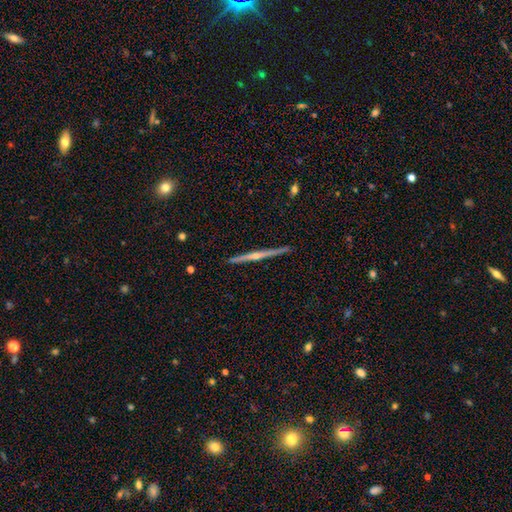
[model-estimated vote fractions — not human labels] smooth-or-featured: featured or disk: 81% | smooth: 13% | star or artifact: 5%
  disk-edge-on: yes: 99% | no: 1%
    edge-on-bulge: rounded: 79% | none: 16% | boxy: 5%
  merging: none: 92% | minor disturbance: 6% | merger: 1% | major disturbance: 1%